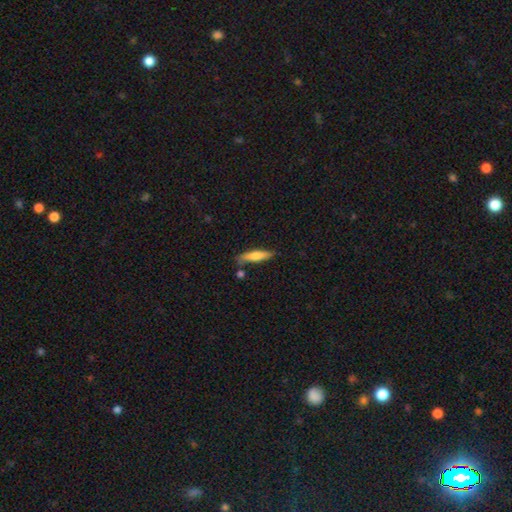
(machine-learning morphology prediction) The model was most divided on "smooth or featured": smooth: 65%, featured or disk: 29%, star or artifact: 6%. More confident: how rounded — cigar-shaped (78%); merging — none (75%).